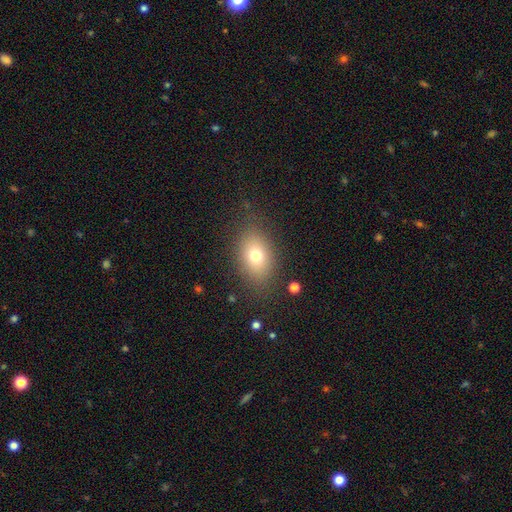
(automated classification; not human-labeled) Smooth or featured: smooth — 73% (featured or disk — 15%)
How rounded: in between — 75% (round — 23%)
Merging: none — 81% (minor disturbance — 12%)